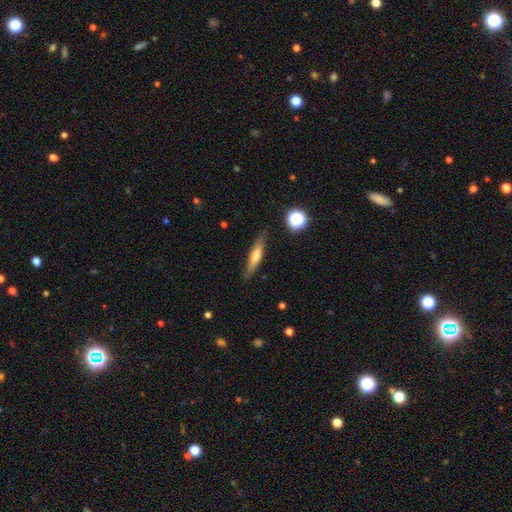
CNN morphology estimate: Smooth or featured: smooth — 54% (featured or disk — 38%)
How rounded: cigar-shaped — 83% (in between — 15%)
Merging: none — 84% (minor disturbance — 12%)